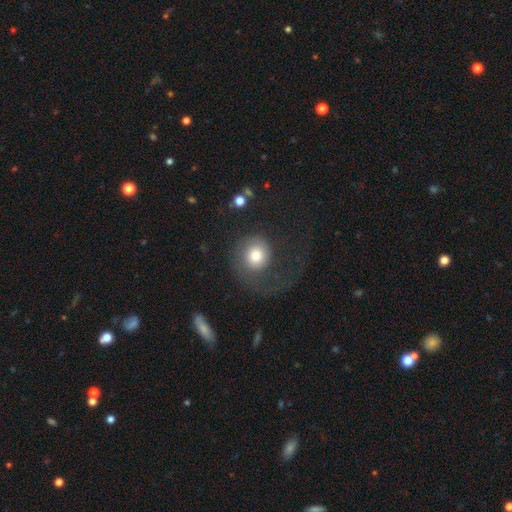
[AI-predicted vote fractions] Overall: smooth (65%; featured or disk 26%). How rounded: round (85%). Merging: major disturbance (47%; none 38%).